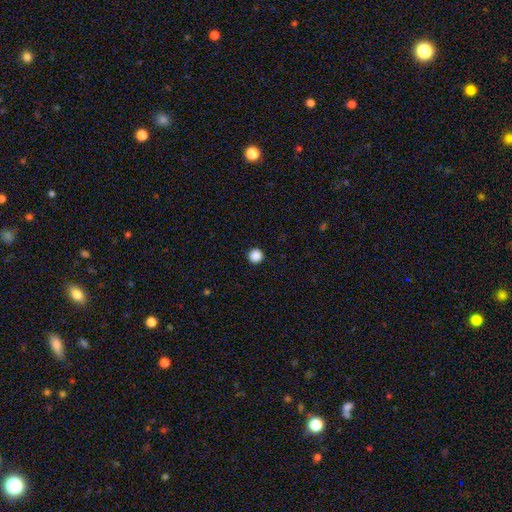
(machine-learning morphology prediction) smooth-or-featured: smooth: 87% | star or artifact: 10% | featured or disk: 2%
  how-rounded: round: 97% | in between: 2% | cigar-shaped: 1%
  merging: none: 94% | minor disturbance: 4% | major disturbance: 1% | merger: 1%